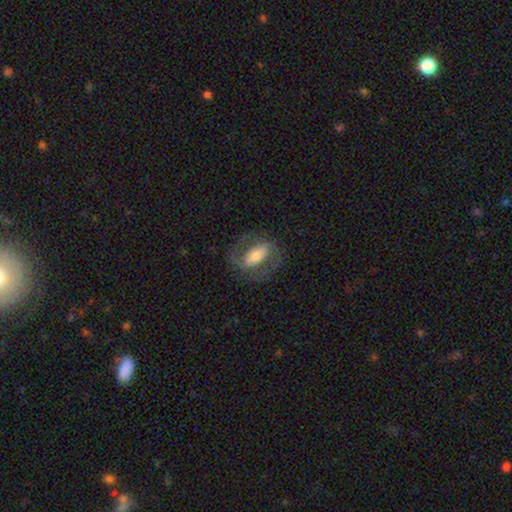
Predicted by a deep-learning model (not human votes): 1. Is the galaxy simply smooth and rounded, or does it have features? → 69% featured or disk, 25% smooth, 6% star or artifact.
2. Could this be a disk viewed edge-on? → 93% no, 7% yes.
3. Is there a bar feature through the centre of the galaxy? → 48% strong, 30% weak, 22% no.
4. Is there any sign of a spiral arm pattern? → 78% yes, 22% no.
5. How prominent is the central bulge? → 46% moderate, 26% small, 21% large, 3% none, 3% dominant.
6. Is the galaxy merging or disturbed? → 73% none, 14% minor disturbance, 12% major disturbance, 1% merger.